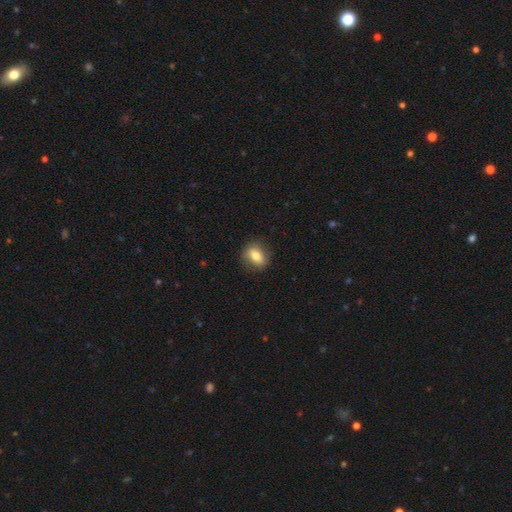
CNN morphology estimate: Q: Smooth or featured?
A: smooth (74%); runner-up: featured or disk (17%)
Q: How rounded?
A: in between (61%); runner-up: round (35%)
Q: Merging?
A: none (83%); runner-up: minor disturbance (13%)